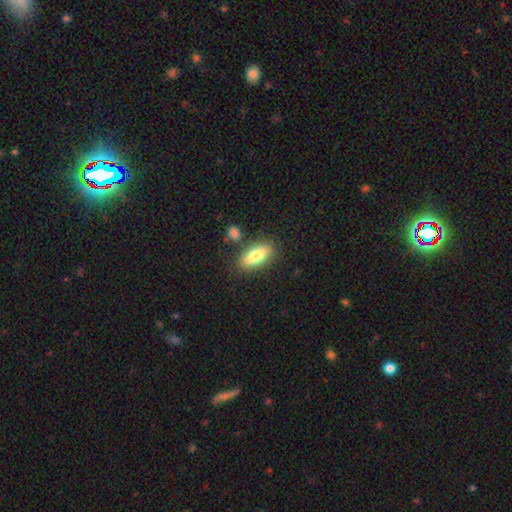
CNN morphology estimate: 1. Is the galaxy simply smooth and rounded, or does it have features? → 73% smooth, 20% featured or disk, 7% star or artifact.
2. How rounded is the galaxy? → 74% in between, 23% cigar-shaped, 3% round.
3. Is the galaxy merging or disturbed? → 80% none, 11% minor disturbance, 6% merger, 3% major disturbance.